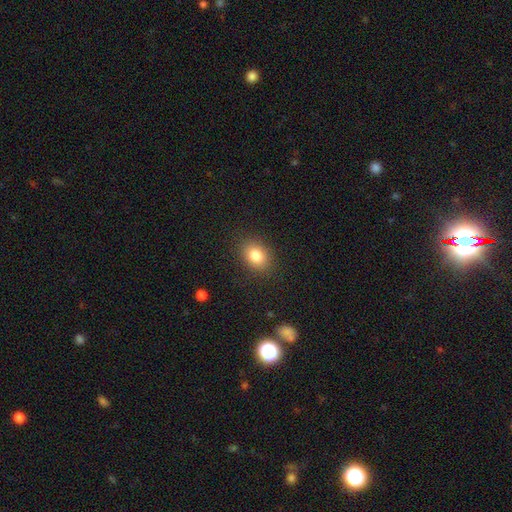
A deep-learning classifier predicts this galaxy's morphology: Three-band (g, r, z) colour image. It shows a smooth galaxy with no disk features (83%) that is in between round and cigar-shaped (65%). Merging: none (86%).